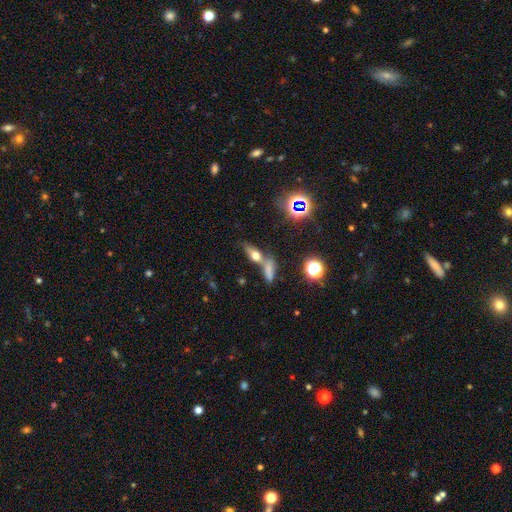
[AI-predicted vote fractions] This is possibly a smooth galaxy (55%). How rounded: possibly in between (58%). Merging: marginally none (43%).